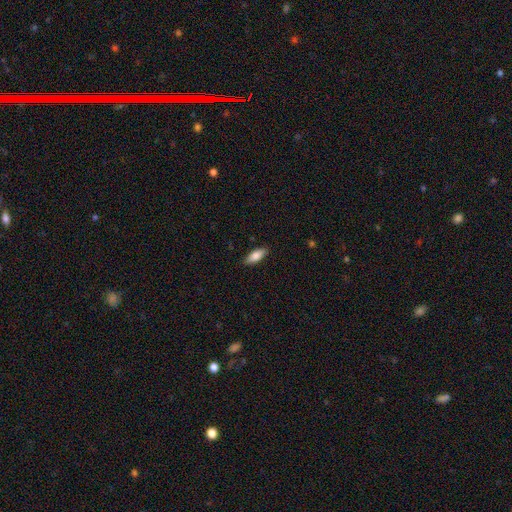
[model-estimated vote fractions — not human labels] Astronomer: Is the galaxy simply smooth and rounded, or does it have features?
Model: smooth — 81%.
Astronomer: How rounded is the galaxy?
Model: in between — 71%.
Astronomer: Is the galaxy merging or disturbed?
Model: none — 88%.